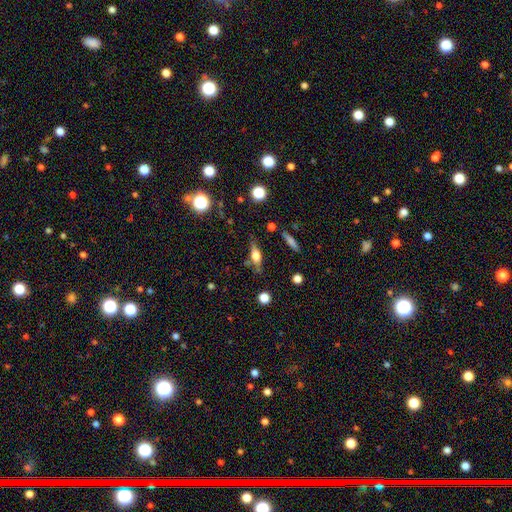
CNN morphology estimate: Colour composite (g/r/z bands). It shows a smooth galaxy with no disk features (49%). Merging: none (71%).